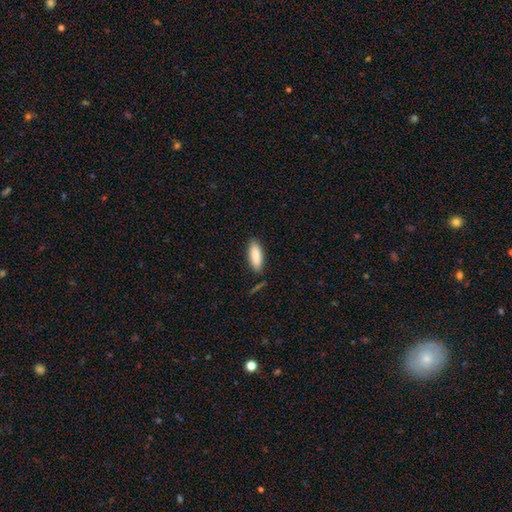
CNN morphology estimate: This appears to be a smooth galaxy with no disk features (88%) that is in between round and cigar-shaped (66%). Merging: none (83%).